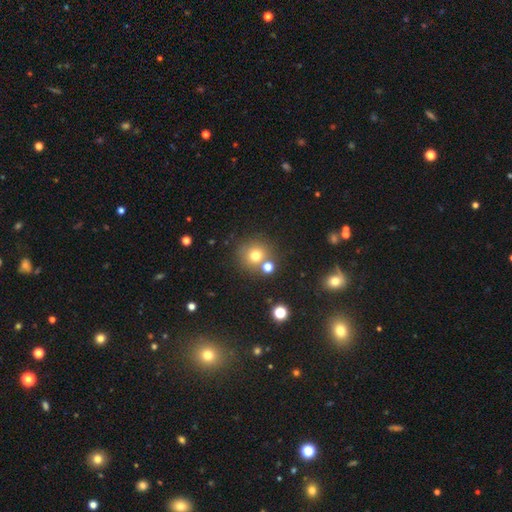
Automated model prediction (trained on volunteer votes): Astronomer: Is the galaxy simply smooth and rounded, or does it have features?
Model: smooth — 72%.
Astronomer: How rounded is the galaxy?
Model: round — 91%.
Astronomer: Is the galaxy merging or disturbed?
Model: none — 72%.